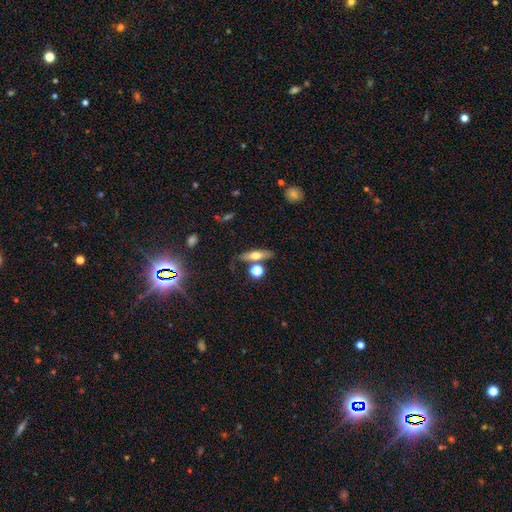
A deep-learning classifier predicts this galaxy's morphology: Smooth or featured? smooth (48%)
Merging? none (71%)